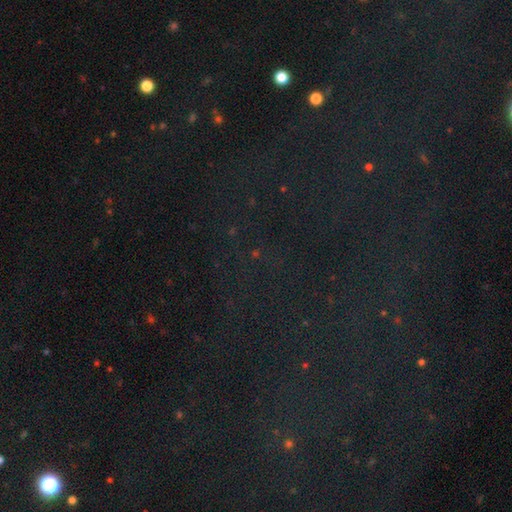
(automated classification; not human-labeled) The model was most divided on "smooth or featured": star or artifact: 82%, smooth: 11%, featured or disk: 8%.